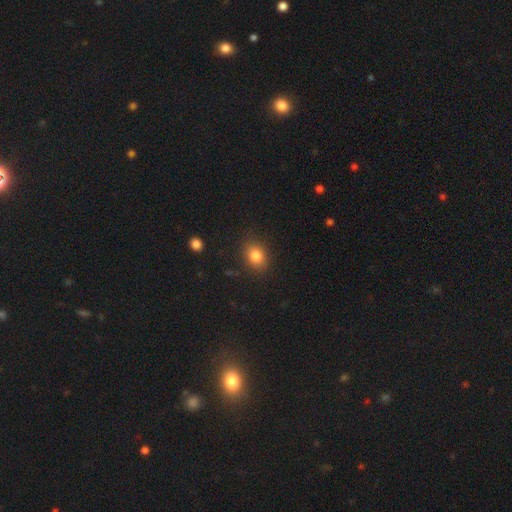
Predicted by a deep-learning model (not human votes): A smooth galaxy with no disk features (83%) that is in between round and cigar-shaped (61%). Merging: none (85%).